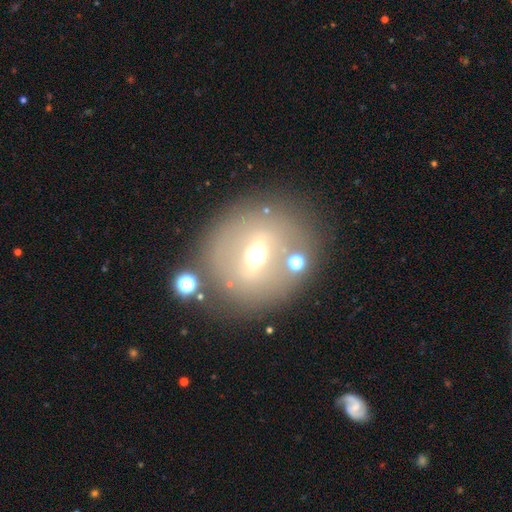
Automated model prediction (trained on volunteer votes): The model was most divided on "smooth or featured": featured or disk: 48%, smooth: 36%, star or artifact: 16%. More confident: merging — none (79%).